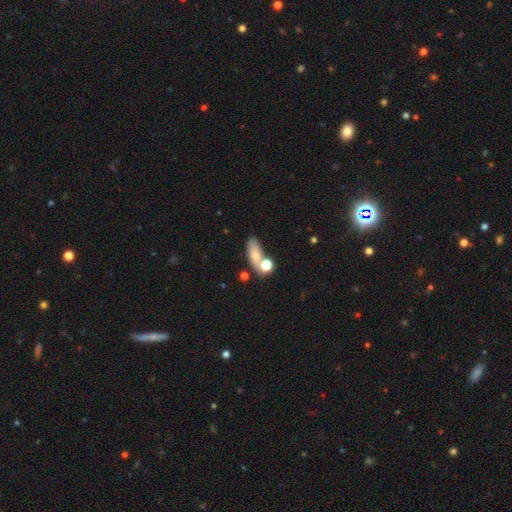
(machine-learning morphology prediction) Overall: smooth (71%). How rounded: in between (69%). Merging: none (45%; merger 30%).